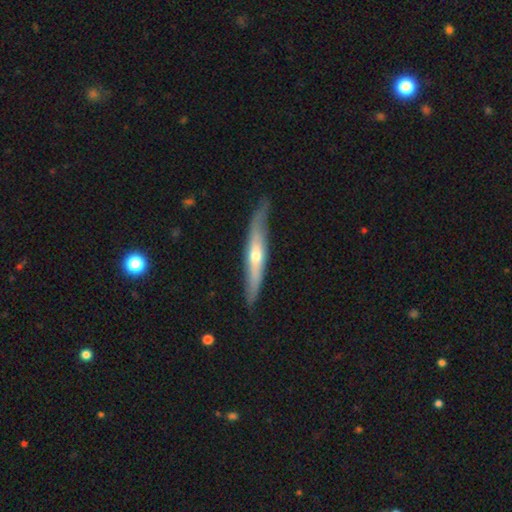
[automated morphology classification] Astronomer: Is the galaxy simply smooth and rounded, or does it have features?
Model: featured or disk — 66%.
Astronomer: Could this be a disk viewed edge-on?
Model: yes — 83%.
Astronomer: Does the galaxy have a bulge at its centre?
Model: rounded — 83%.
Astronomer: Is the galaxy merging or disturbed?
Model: none — 76%.